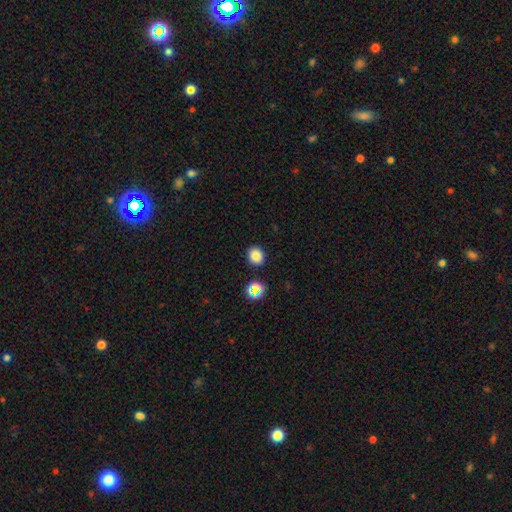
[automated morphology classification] smooth 81%, star or artifact 14%, featured or disk 5%. Down the decision tree: how rounded — round (73%); merging — none (89%).